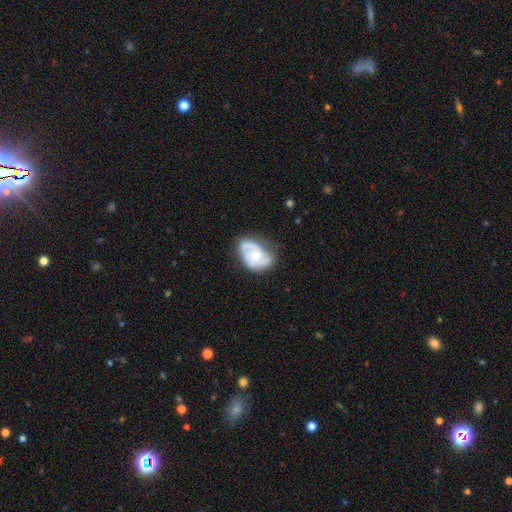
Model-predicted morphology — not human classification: Smooth or featured? featured or disk (73%)
Edge-on disk? no (97%)
Bar? no (70%)
Spiral arms? yes (85%)
Spiral winding? medium (45%)
Spiral arm count? 2 (61%)
Bulge size? moderate (63%)
Merging? none (58%)